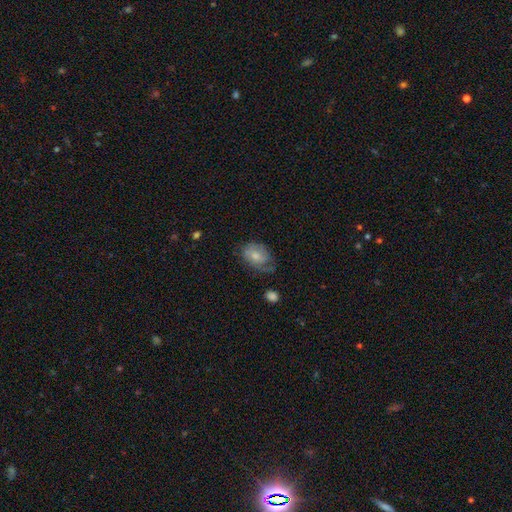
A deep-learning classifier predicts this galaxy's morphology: Q: Smooth or featured?
A: smooth (56%); runner-up: featured or disk (37%)
Q: How rounded?
A: in between (78%); runner-up: round (20%)
Q: Merging?
A: none (48%); runner-up: minor disturbance (32%)